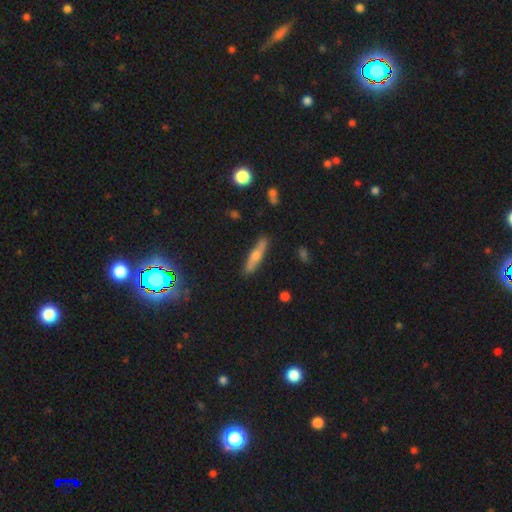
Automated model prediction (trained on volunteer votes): This is possibly a smooth galaxy (46%). Merging: clearly none (87%).